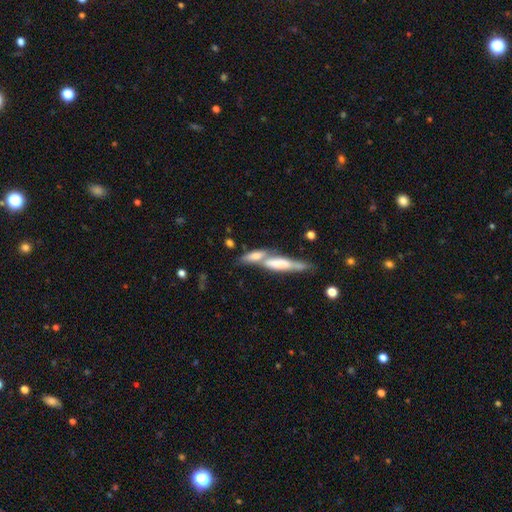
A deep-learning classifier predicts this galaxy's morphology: The model was most divided on "how rounded": cigar-shaped: 58%, in between: 39%, round: 3%. More confident: smooth or featured — smooth (63%); merging — merger (61%).